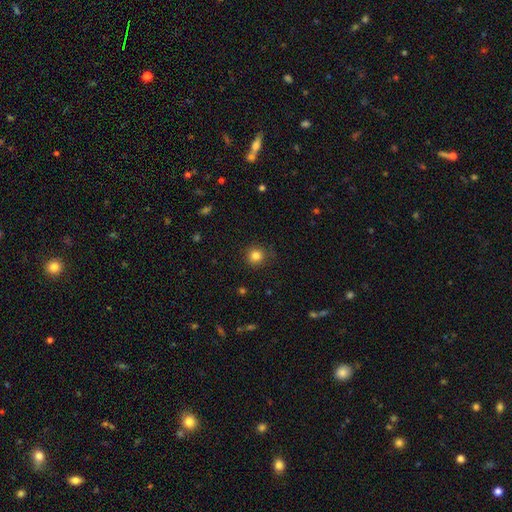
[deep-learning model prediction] smooth_or_featured: smooth (p=0.83) [alt: star or artifact p=0.12]
how_rounded: round (p=0.92) [alt: in between p=0.07]
merging: none (p=0.85) [alt: minor disturbance p=0.11]